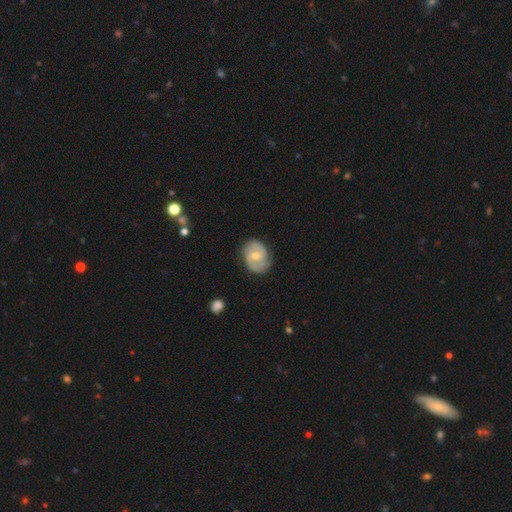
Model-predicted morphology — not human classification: Overall: featured or disk (73%). Edge-on disk: no (97%). Bar: weak (49%; no 42%). Spiral arms: yes (90%). Spiral arm count: 2 (83%). Spiral winding: medium (45%; tight 41%). Bulge size: moderate (56%; small 39%). Merging: none (78%).